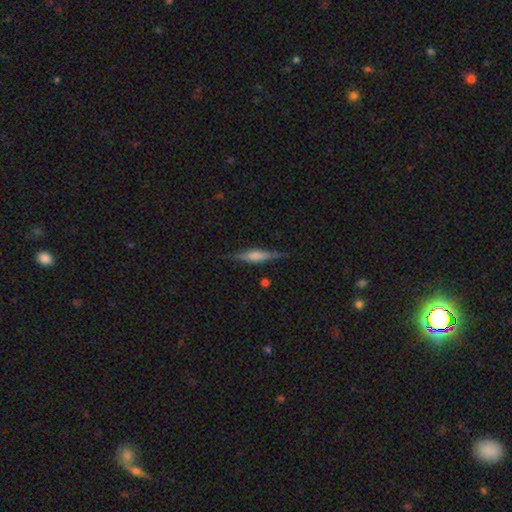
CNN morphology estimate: type=featured or disk (61%); edge-on=yes (96%); edge-on bulge=rounded (53%); merging=none (84%).